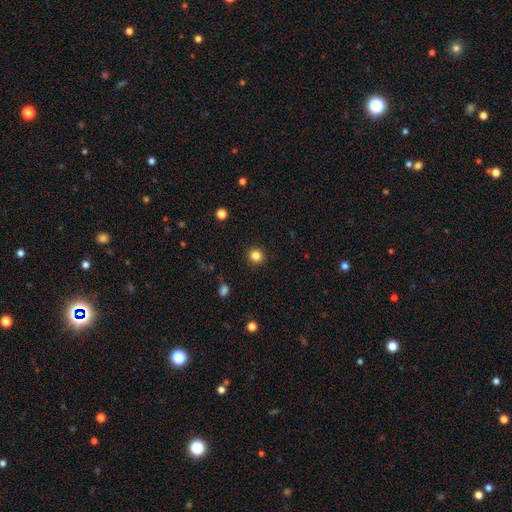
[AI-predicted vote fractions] Smooth or featured?
  - smooth: 83% *
  - star or artifact: 12%
  - featured or disk: 4%
How rounded?
  - round: 93% *
  - in between: 6%
  - cigar-shaped: 1%
Merging?
  - none: 91% *
  - minor disturbance: 6%
  - major disturbance: 2%
  - merger: 1%